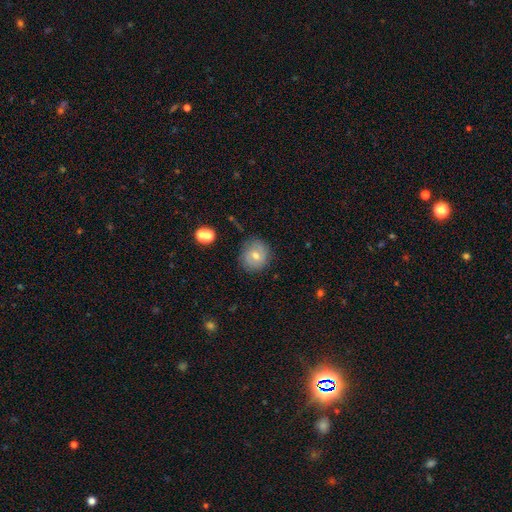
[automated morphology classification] The model was most divided on "smooth or featured": smooth: 58%, featured or disk: 29%, star or artifact: 13%. More confident: how rounded — round (88%); merging — none (79%).